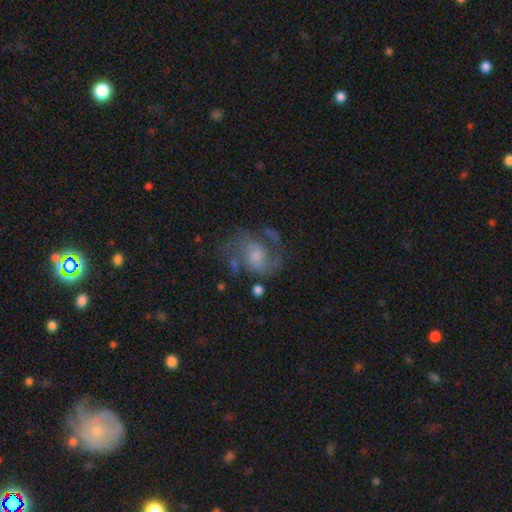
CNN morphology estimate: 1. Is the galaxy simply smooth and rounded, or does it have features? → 73% featured or disk, 17% smooth, 10% star or artifact.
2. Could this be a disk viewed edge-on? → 98% no, 2% yes.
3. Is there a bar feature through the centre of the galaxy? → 61% no, 33% weak, 6% strong.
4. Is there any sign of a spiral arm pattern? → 84% yes, 16% no.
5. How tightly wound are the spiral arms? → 49% medium, 34% loose, 17% tight.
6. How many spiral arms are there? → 64% 2, 16% can't tell, 9% 3, 6% 1, 3% 4, 3% more than 4.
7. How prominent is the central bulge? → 41% moderate, 38% small, 10% none, 10% large, 2% dominant.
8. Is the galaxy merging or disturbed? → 52% none, 23% major disturbance, 20% minor disturbance, 5% merger.